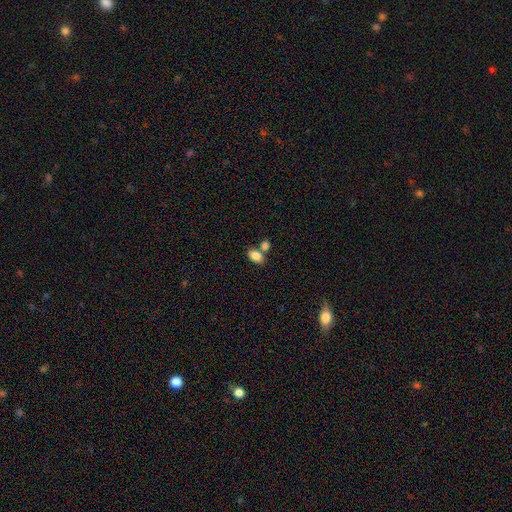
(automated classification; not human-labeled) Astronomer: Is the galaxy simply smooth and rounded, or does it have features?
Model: smooth — 84%.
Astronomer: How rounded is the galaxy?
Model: in between — 83%.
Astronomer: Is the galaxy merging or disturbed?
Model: none — 53% (runner-up: merger, 33%).